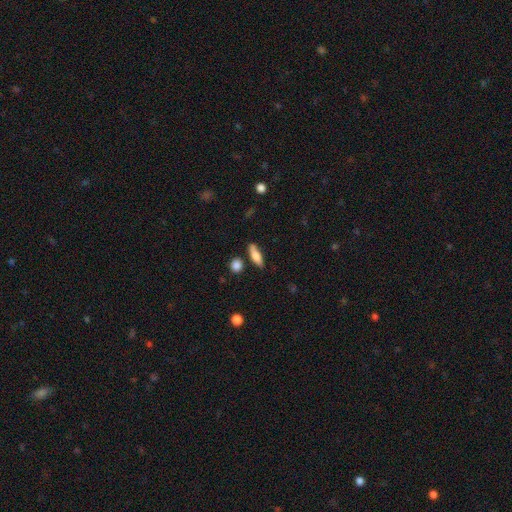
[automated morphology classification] A smooth galaxy with no disk features (73%) that is in between round and cigar-shaped (52%). Merging: none (76%).